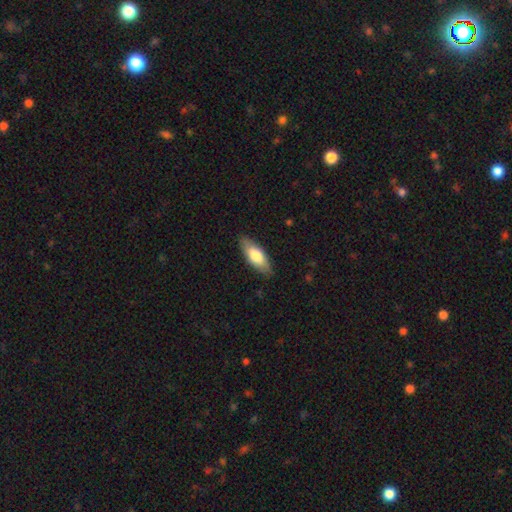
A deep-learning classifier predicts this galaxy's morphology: The model was most divided on "smooth or featured": smooth: 74%, featured or disk: 21%, star or artifact: 5%. More confident: merging — none (85%); how rounded — in between (76%).